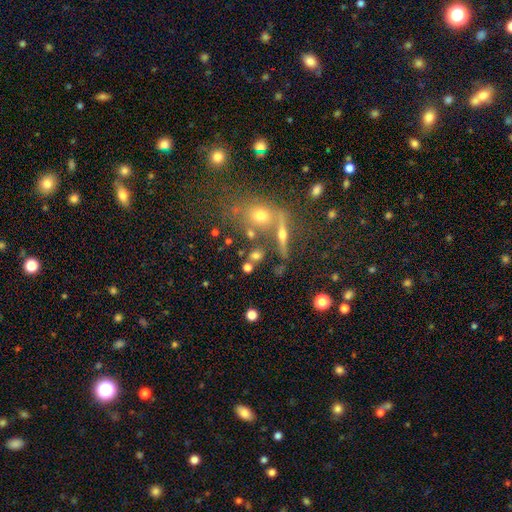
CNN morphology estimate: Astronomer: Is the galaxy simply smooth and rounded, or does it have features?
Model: smooth — 55%.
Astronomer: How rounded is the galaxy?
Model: round — 55% (runner-up: in between, 33%).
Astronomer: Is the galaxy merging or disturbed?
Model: none — 68%.